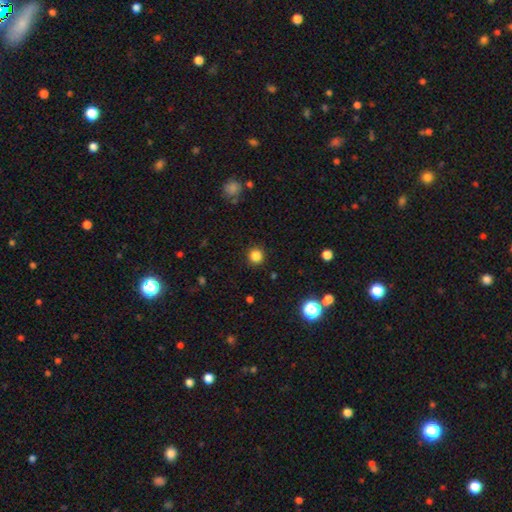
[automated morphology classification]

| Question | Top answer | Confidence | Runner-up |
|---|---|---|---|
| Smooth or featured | smooth | 83% | star or artifact (13%) |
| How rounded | round | 95% | in between (4%) |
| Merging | none | 92% | minor disturbance (5%) |